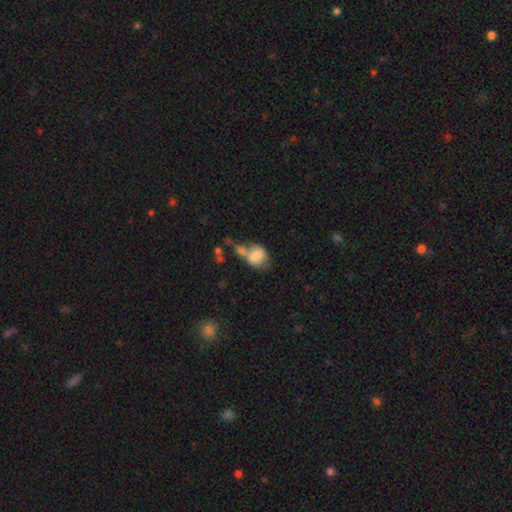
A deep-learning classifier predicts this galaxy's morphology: A smooth galaxy with no disk features (73%) that is in between round and cigar-shaped (55%).

Vote fractions:
- Smooth or featured? smooth: 73% / featured or disk: 18% / star or artifact: 9%
- How rounded? in between: 55% / round: 44% / cigar-shaped: 1%
- Merging? merger: 47% / none: 24% / minor disturbance: 16% / major disturbance: 14%